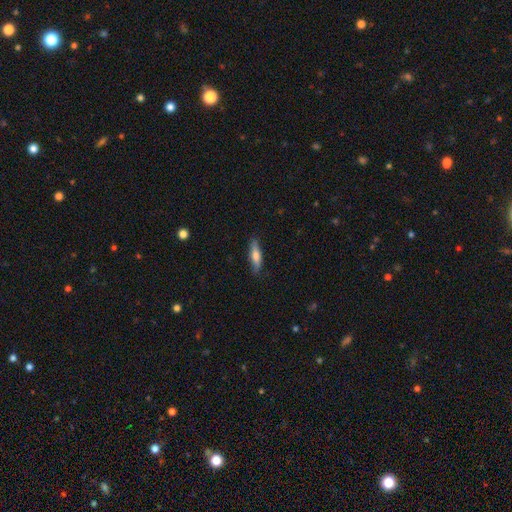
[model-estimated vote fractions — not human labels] This is likely a smooth galaxy (63%). How rounded: likely cigar-shaped (69%). Merging: clearly none (84%).